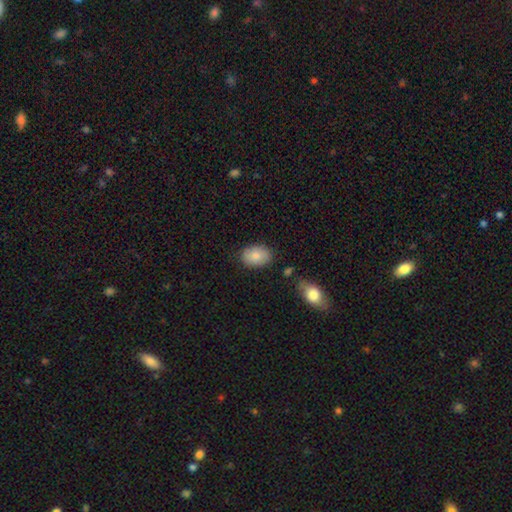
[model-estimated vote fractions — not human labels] Smooth or featured? Predicted: smooth (p=0.84). How rounded? Predicted: in between (p=0.84). Merging? Predicted: none (p=0.82).